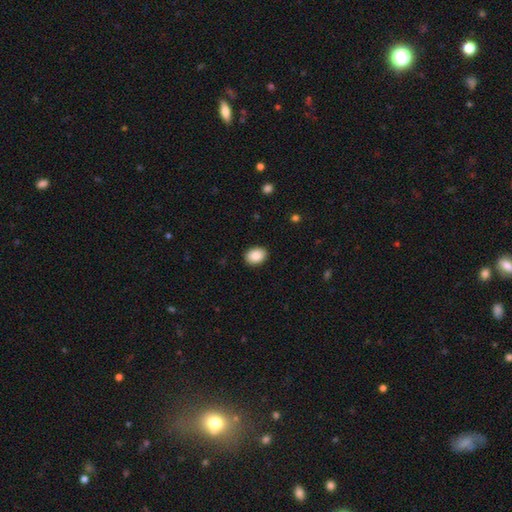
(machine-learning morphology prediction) Smooth or featured: smooth — 89% (star or artifact — 7%)
How rounded: in between — 71% (round — 28%)
Merging: none — 90% (minor disturbance — 7%)